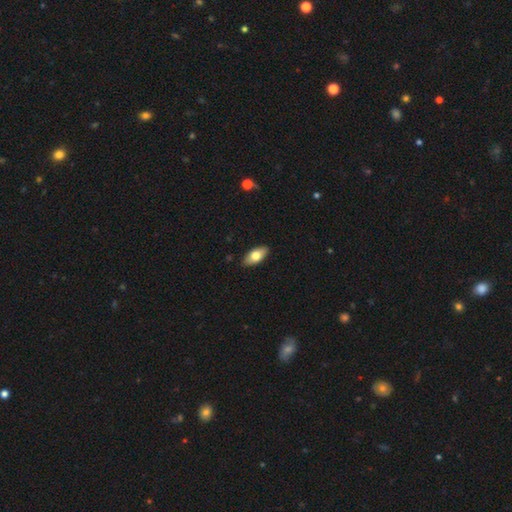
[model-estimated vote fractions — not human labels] This is likely a smooth galaxy (72%). How rounded: clearly in between (88%). Merging: clearly none (88%).